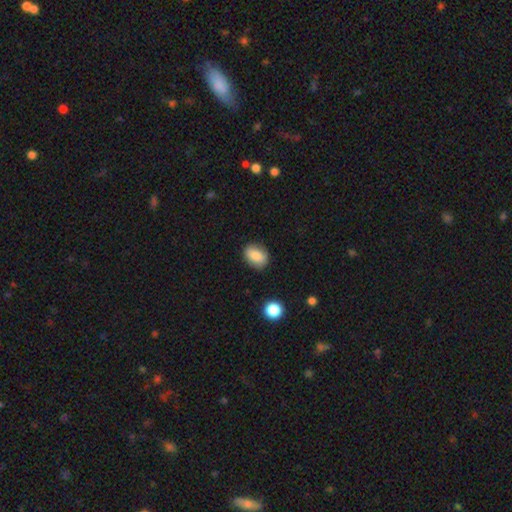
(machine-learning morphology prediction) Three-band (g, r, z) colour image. It shows a smooth galaxy with no disk features (83%) that is in between round and cigar-shaped (73%). Merging: none (84%).